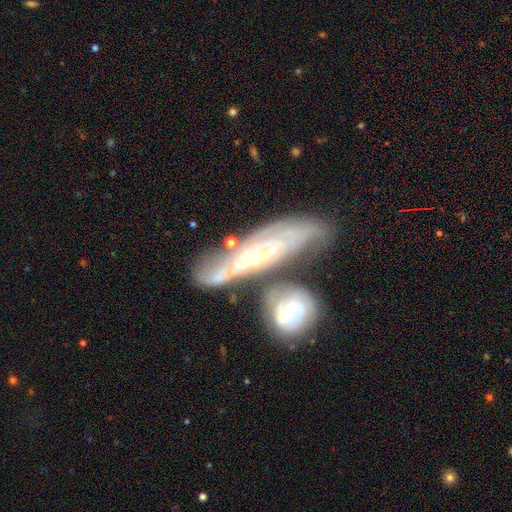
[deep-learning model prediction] Smooth or featured: featured or disk — 78% (smooth — 15%)
Edge-on disk: no — 79% (yes — 21%)
Bar: no — 66% (weak — 24%)
Spiral arms: yes — 83% (no — 17%)
Spiral winding: tight — 68% (medium — 25%)
Spiral arm count: can't tell — 55% (2 — 24%)
Bulge size: small — 68% (moderate — 27%)
Merging: none — 50% (merger — 25%)